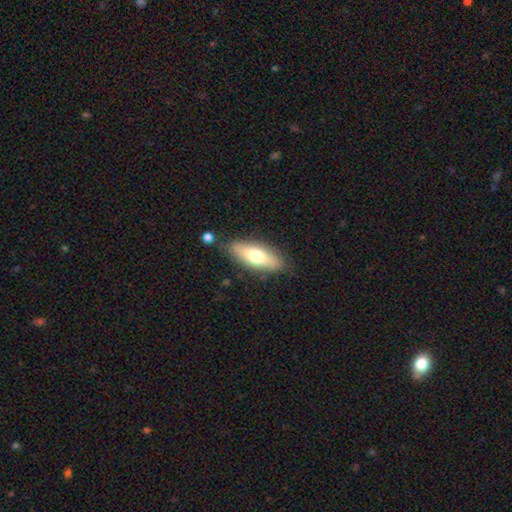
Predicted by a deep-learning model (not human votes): smooth-or-featured: smooth: 66% | featured or disk: 28% | star or artifact: 6%
  how-rounded: in between: 70% | cigar-shaped: 27% | round: 3%
  merging: none: 80% | minor disturbance: 14% | major disturbance: 3% | merger: 3%